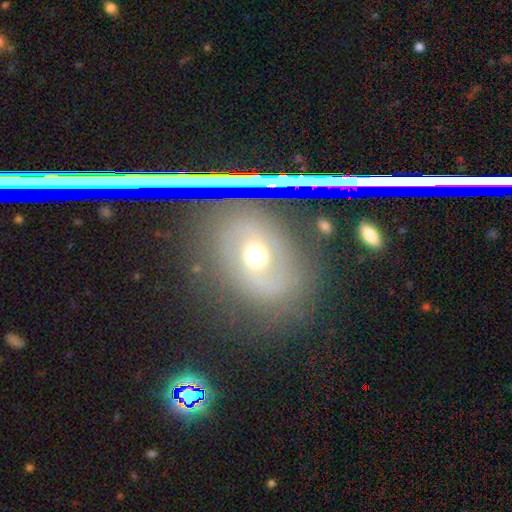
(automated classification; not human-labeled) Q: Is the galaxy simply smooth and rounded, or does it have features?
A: featured or disk — 46%.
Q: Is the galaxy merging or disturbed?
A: none — 74%.